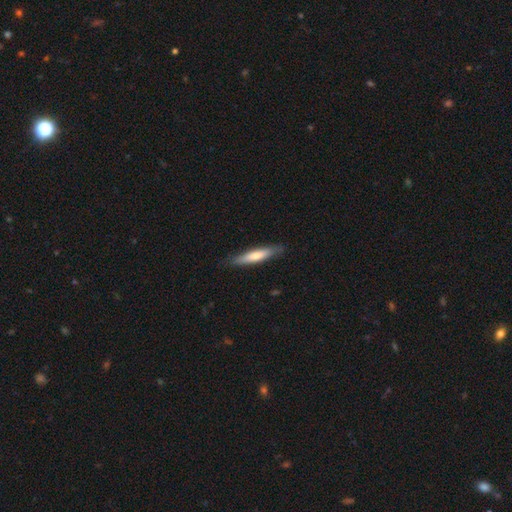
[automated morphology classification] A smooth galaxy with no disk features (68%) that is cigar-shaped (84%). Merging: none (84%).